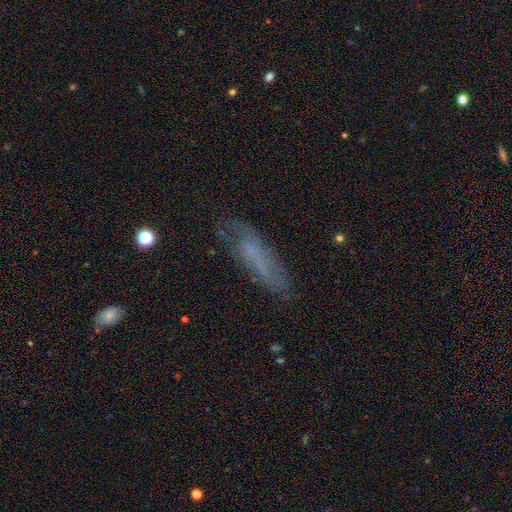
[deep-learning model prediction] smooth 49%, featured or disk 40%, star or artifact 11%. Down the decision tree: merging — none (65%).